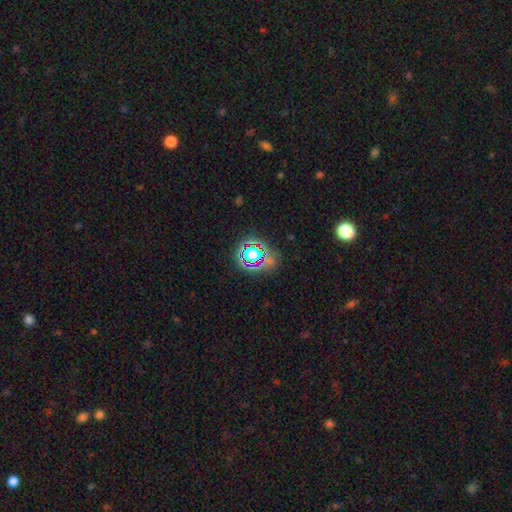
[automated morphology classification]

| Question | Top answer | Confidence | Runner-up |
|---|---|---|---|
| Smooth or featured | star or artifact | 72% | smooth (17%) |